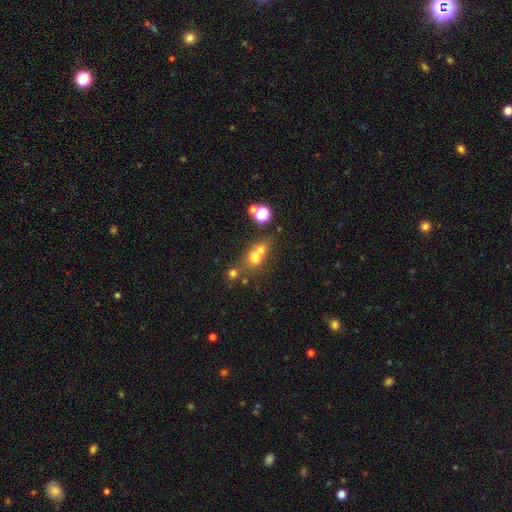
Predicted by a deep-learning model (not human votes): Morphology: type=smooth (58%); roundness=round (67%); merging=merger (56%).